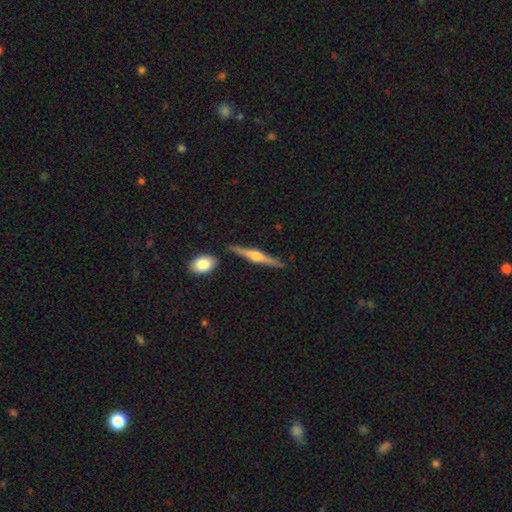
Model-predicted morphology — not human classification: Smooth or featured? featured or disk (73%)
Edge-on disk? yes (98%)
Edge-on bulge? rounded (90%)
Merging? none (85%)